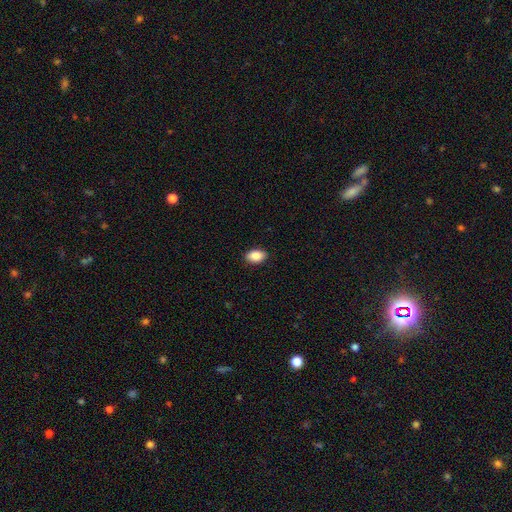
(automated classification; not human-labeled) A smooth galaxy with no disk features (87%) that is in between round and cigar-shaped (89%).

Vote fractions:
- Smooth or featured? smooth: 87% / star or artifact: 7% / featured or disk: 6%
- How rounded? in between: 89% / round: 10% / cigar-shaped: 1%
- Merging? none: 90% / minor disturbance: 8% / major disturbance: 2% / merger: 1%